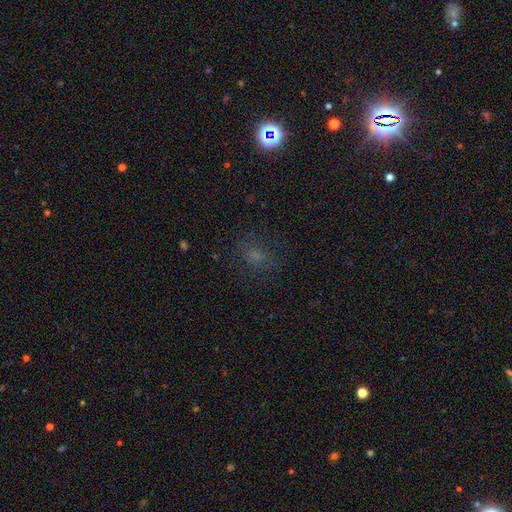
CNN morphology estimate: Q: Smooth or featured?
A: smooth (47%); runner-up: star or artifact (34%)
Q: Merging?
A: none (72%); runner-up: minor disturbance (16%)